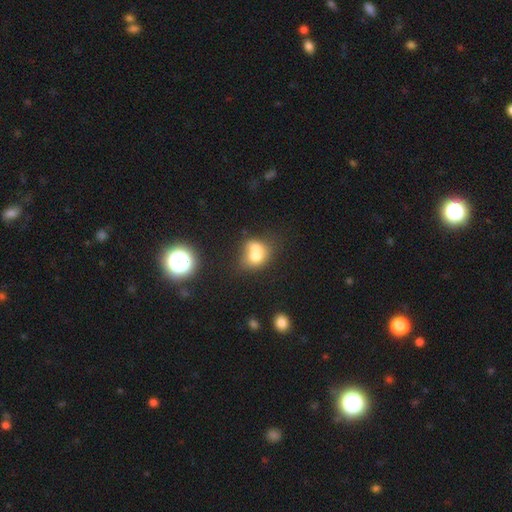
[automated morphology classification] Smooth or featured?
  - smooth: 67% *
  - featured or disk: 20%
  - star or artifact: 13%
How rounded?
  - round: 59% *
  - in between: 40%
  - cigar-shaped: 1%
Merging?
  - merger: 60% *
  - none: 24%
  - minor disturbance: 10%
  - major disturbance: 6%